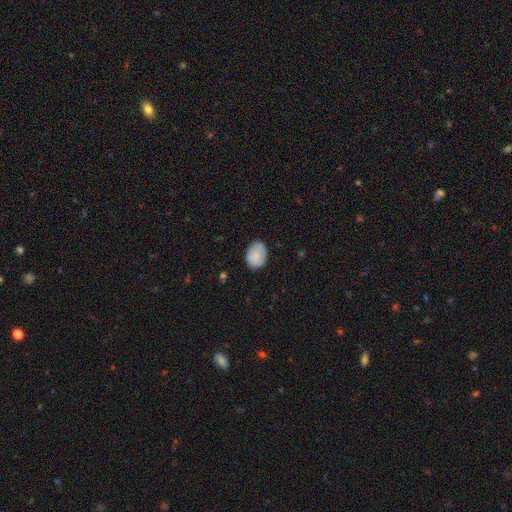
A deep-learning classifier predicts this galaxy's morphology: Smooth or featured? Predicted: smooth (p=0.86). How rounded? Predicted: in between (p=0.69). Merging? Predicted: none (p=0.80).